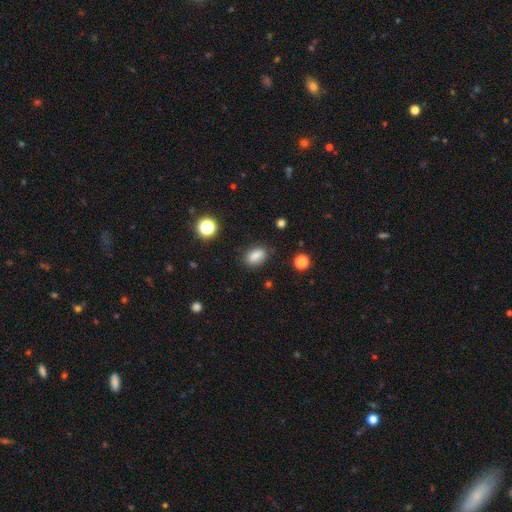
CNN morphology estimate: Smooth or featured? smooth (83%)
How rounded? in between (83%)
Merging? none (80%)